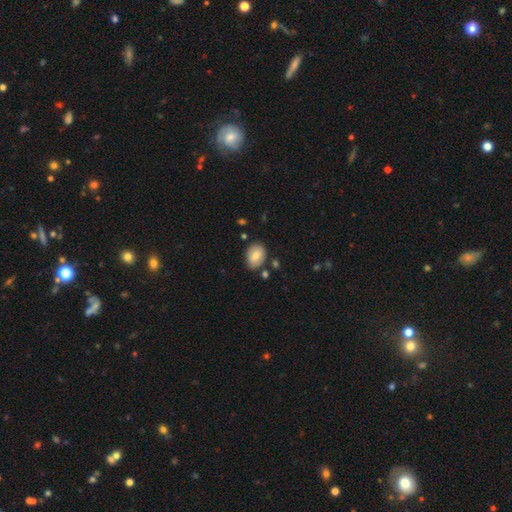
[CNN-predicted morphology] This is likely a smooth galaxy (77%). How rounded: likely in between (76%). Merging: likely none (76%).